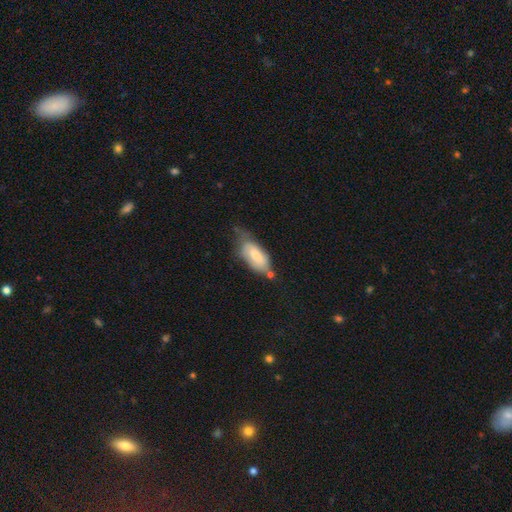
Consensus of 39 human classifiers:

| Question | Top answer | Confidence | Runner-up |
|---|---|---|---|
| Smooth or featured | smooth | 64% | featured or disk (31%) |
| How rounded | in between | 84% | cigar-shaped (12%) |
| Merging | minor disturbance | 46% | none (38%) |